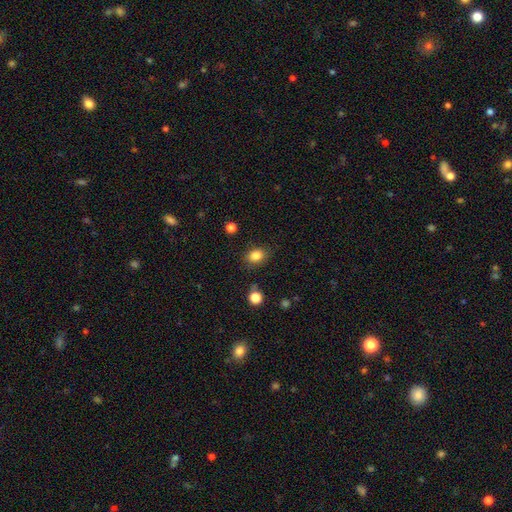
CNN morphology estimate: Q: Smooth or featured?
A: smooth (84%); runner-up: star or artifact (11%)
Q: How rounded?
A: in between (61%); runner-up: round (38%)
Q: Merging?
A: none (81%); runner-up: minor disturbance (13%)